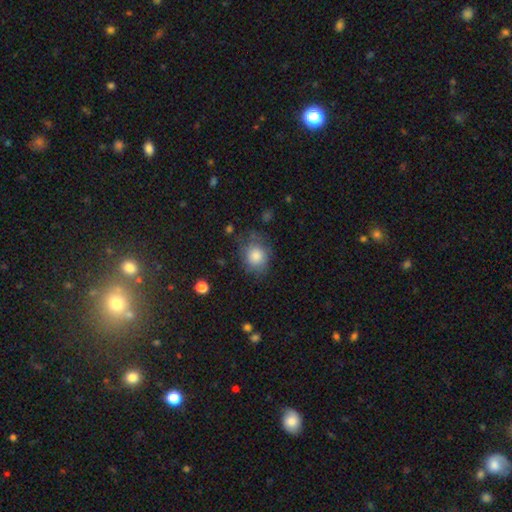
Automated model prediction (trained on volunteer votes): The model was most divided on "how rounded": round: 62%, in between: 37%, cigar-shaped: 1%. More confident: smooth or featured — smooth (81%); merging — none (66%).